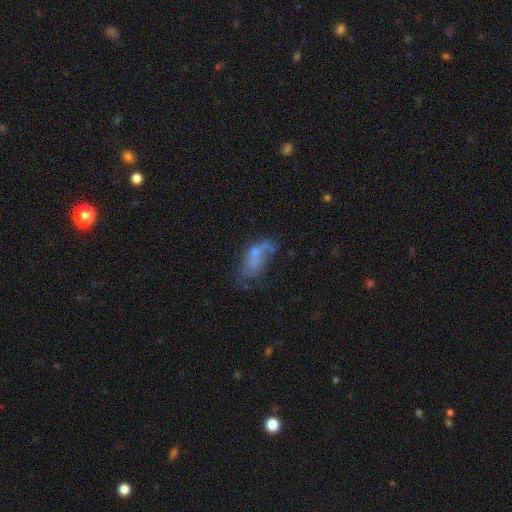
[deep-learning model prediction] The model was most divided on "merging": major disturbance: 32%, none: 29%, minor disturbance: 23%, merger: 15%. Remaining: smooth or featured — smooth (49%).